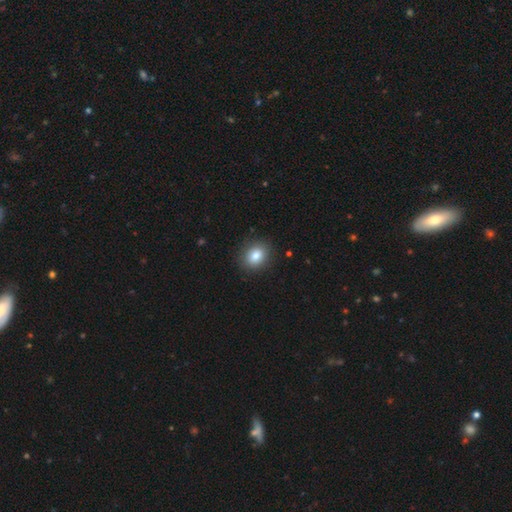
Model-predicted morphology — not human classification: Smooth or featured? Predicted: smooth (p=0.83). How rounded? Predicted: round (p=0.55). Merging? Predicted: none (p=0.88).